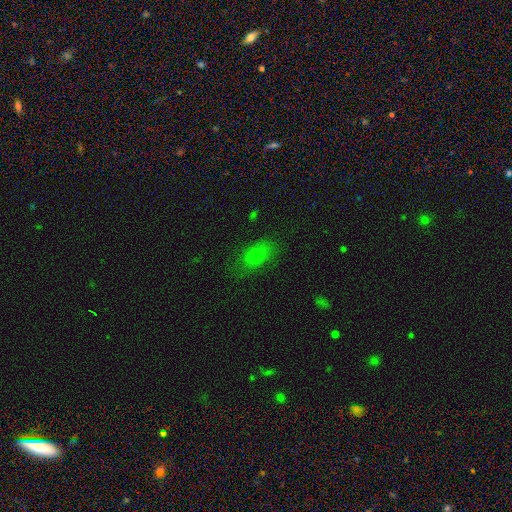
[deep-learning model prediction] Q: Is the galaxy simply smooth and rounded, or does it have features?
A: smooth — 67%.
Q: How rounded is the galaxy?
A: in between — 82%.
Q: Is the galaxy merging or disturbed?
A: none — 77%.